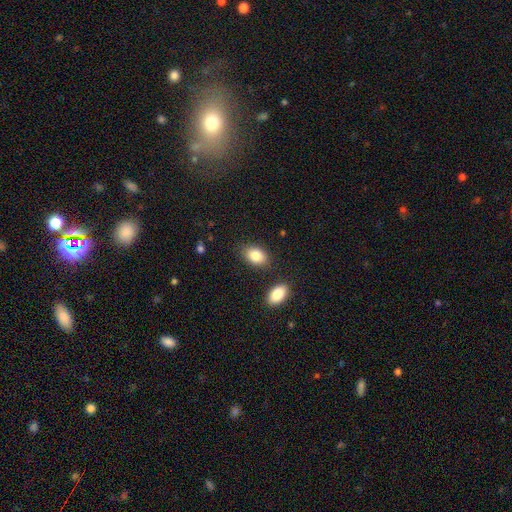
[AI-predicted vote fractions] smooth 85%, featured or disk 8%, star or artifact 7%. Down the decision tree: how rounded — in between (87%); merging — none (80%).